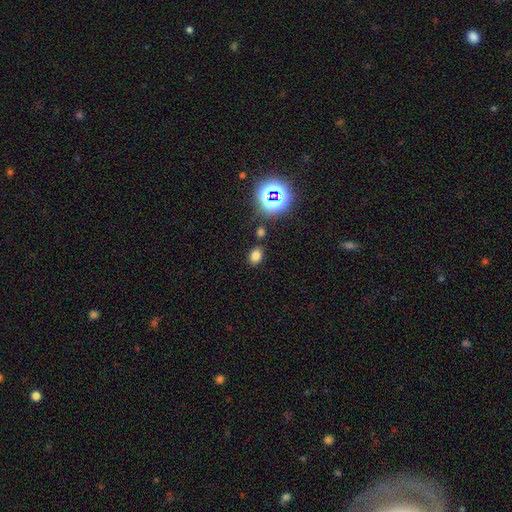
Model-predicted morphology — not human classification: A smooth galaxy with no disk features (72%) that is in between round and cigar-shaped (74%).

Vote fractions:
- Smooth or featured? smooth: 72% / star or artifact: 21% / featured or disk: 7%
- How rounded? in between: 74% / round: 25% / cigar-shaped: 1%
- Merging? none: 80% / minor disturbance: 10% / merger: 6% / major disturbance: 3%